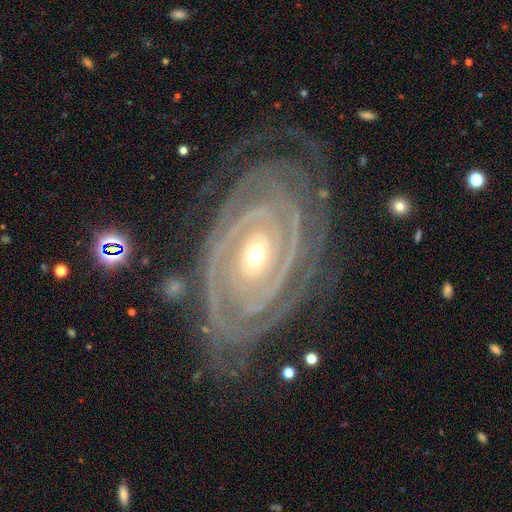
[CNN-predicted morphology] Q: Smooth or featured?
A: featured or disk (92%); runner-up: star or artifact (4%)
Q: Edge-on disk?
A: no (95%); runner-up: yes (5%)
Q: Bar?
A: no (65%); runner-up: weak (19%)
Q: Spiral arms?
A: yes (98%); runner-up: no (2%)
Q: Spiral winding?
A: tight (87%); runner-up: medium (11%)
Q: Spiral arm count?
A: 2 (30%); runner-up: can't tell (20%)
Q: Bulge size?
A: small (48%); tied with: moderate (48%)
Q: Merging?
A: none (73%); runner-up: minor disturbance (16%)